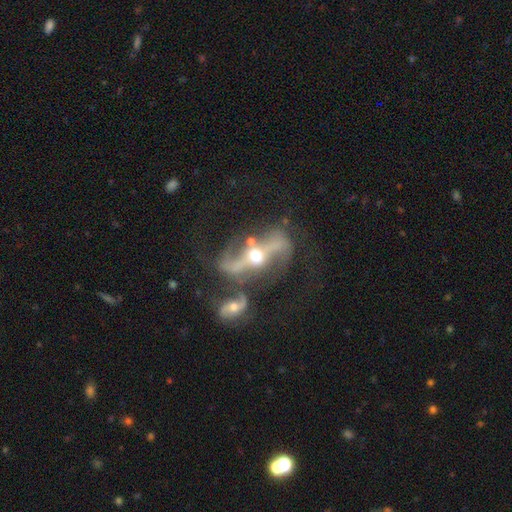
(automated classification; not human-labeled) Overall: featured or disk (86%). Edge-on disk: no (85%). Bar: strong (57%; weak 22%). Spiral arms: yes (84%). Spiral arm count: 2 (90%). Spiral winding: loose (61%; medium 30%). Bulge size: moderate (72%). Merging: none (46%; merger 25%).